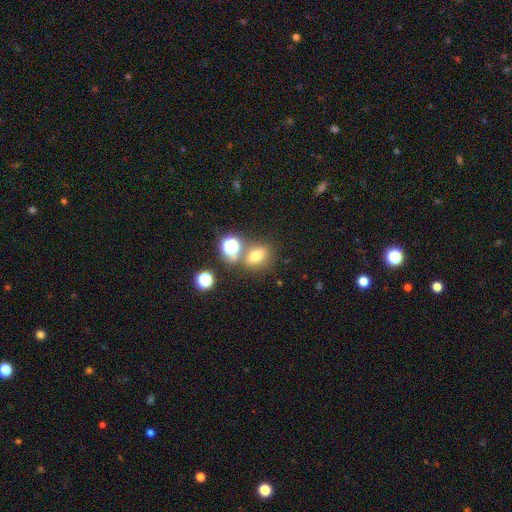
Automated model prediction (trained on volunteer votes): smooth_or_featured: smooth (p=0.67) [alt: star or artifact p=0.21]
how_rounded: in between (p=0.50) [alt: round p=0.48]
merging: none (p=0.63) [alt: merger p=0.20]